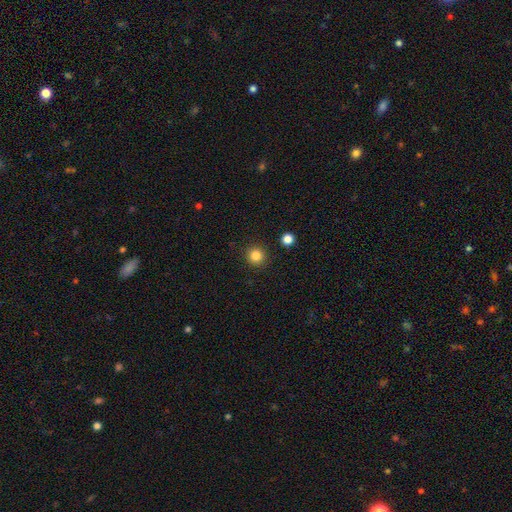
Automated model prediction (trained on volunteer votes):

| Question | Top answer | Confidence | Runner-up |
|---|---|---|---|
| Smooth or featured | smooth | 84% | star or artifact (12%) |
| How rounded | round | 94% | in between (5%) |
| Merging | none | 91% | minor disturbance (5%) |